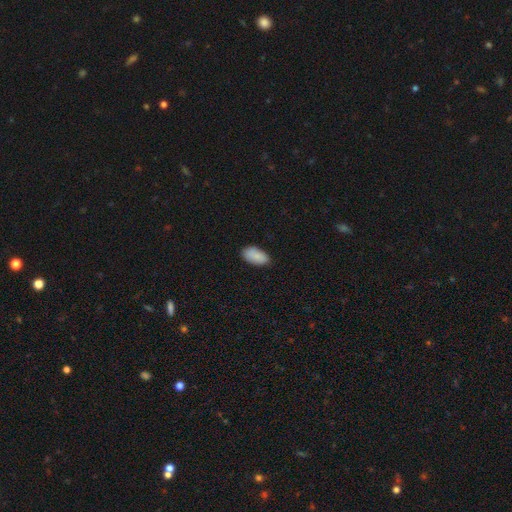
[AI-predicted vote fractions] Smooth or featured? smooth (89%)
How rounded? in between (94%)
Merging? none (81%)